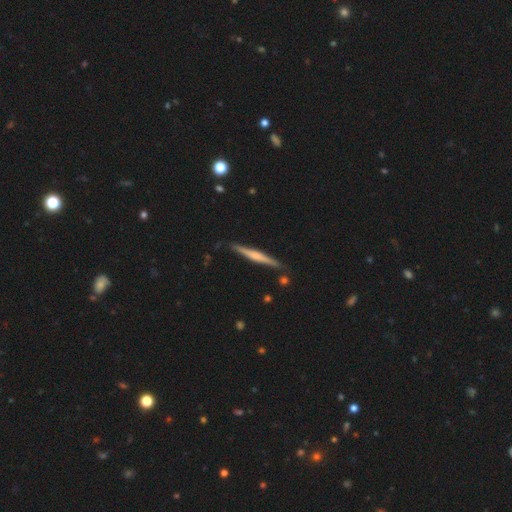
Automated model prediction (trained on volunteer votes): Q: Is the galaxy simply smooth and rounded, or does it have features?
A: featured or disk — 61%.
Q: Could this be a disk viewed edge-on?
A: yes — 98%.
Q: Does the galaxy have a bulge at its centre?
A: rounded — 53%.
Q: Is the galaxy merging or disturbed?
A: none — 88%.